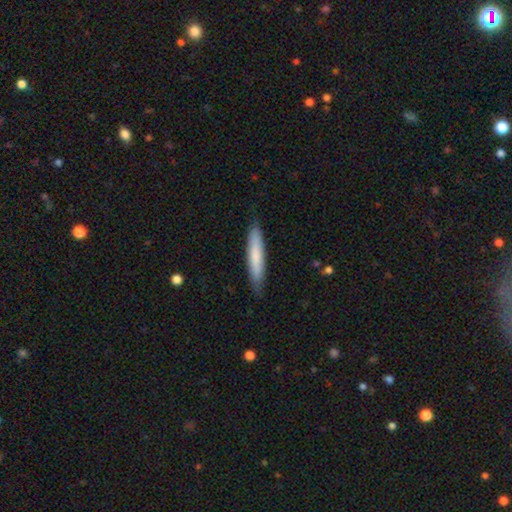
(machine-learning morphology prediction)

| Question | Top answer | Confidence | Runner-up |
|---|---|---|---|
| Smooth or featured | smooth | 74% | featured or disk (21%) |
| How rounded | cigar-shaped | 91% | in between (8%) |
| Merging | none | 84% | minor disturbance (13%) |